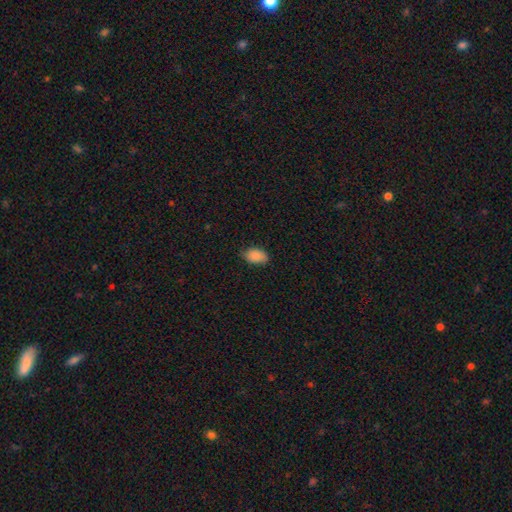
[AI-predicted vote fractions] This is clearly a smooth galaxy (88%). How rounded: clearly in between (90%). Merging: likely none (78%).